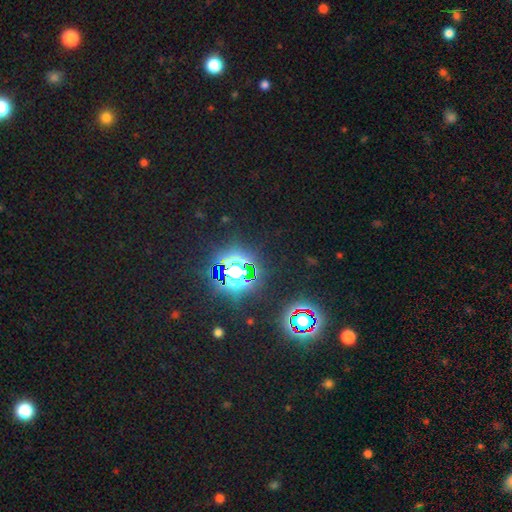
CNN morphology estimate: smooth_or_featured: star or artifact (p=0.80) [alt: smooth p=0.13]